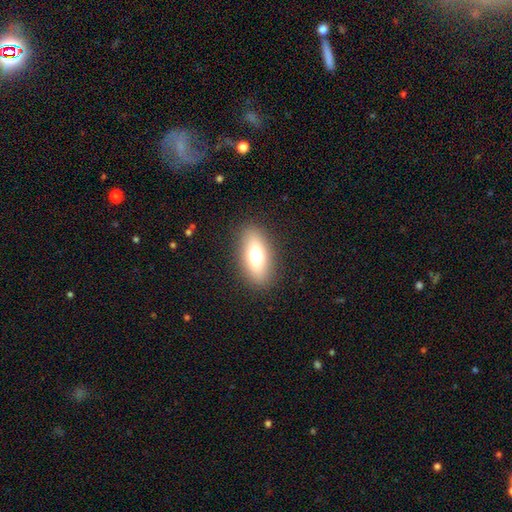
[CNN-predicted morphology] Q: Smooth or featured?
A: smooth (69%); runner-up: featured or disk (21%)
Q: How rounded?
A: in between (80%); runner-up: cigar-shaped (14%)
Q: Merging?
A: none (87%); runner-up: minor disturbance (9%)